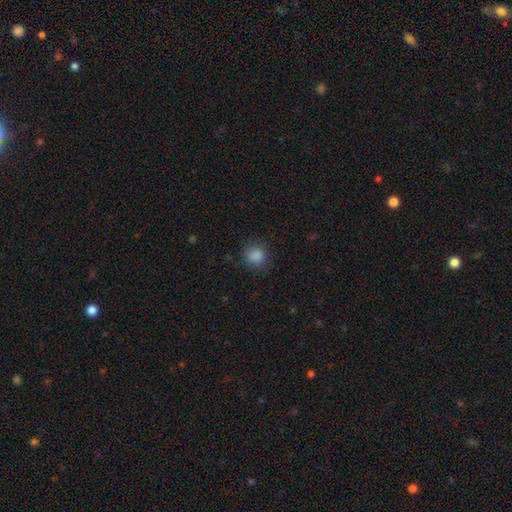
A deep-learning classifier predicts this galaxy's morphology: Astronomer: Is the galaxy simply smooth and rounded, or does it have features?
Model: smooth — 86%.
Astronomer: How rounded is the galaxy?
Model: round — 87%.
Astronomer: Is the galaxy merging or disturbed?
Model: none — 84%.